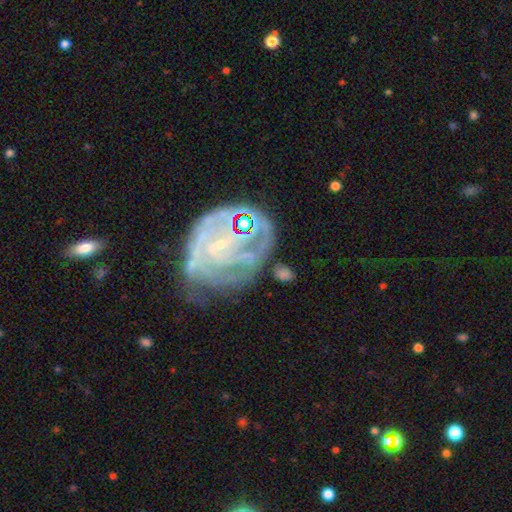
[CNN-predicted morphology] A featured or disk galaxy (73%) with no bar (55%), tight (60%) spiral arms (77%) and a small central bulge (71%). Merging: none (51%).